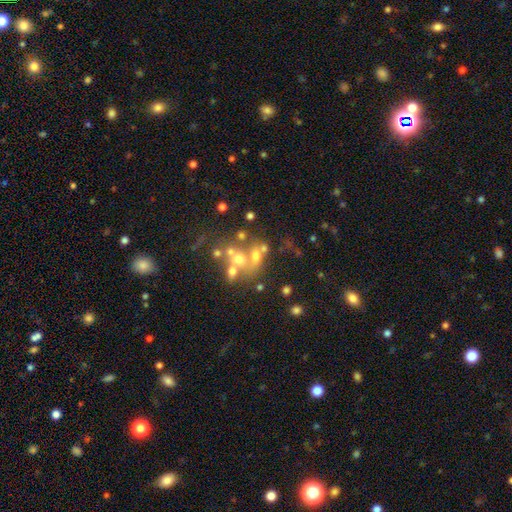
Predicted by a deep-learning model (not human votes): This is marginally a smooth galaxy (44%). Merging: possibly merger (46%).